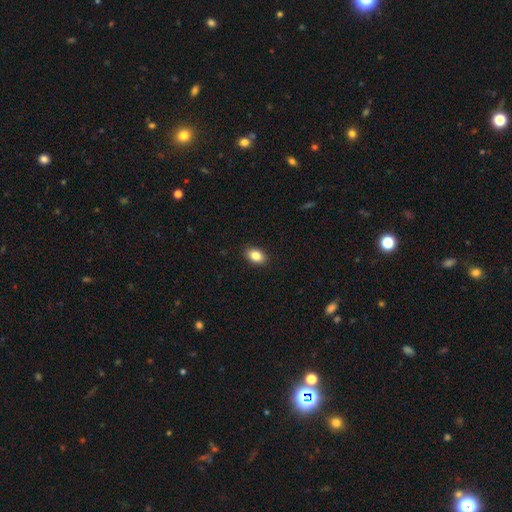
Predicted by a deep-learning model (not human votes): This appears to be a smooth galaxy with no disk features (85%) that is in between round and cigar-shaped (82%). Merging: none (90%).